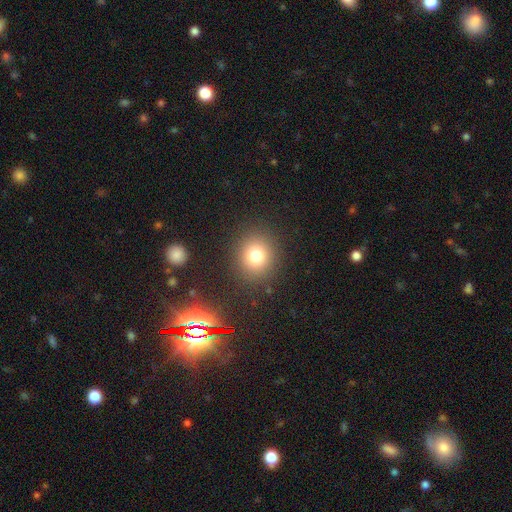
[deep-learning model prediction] Overall: smooth (76%). How rounded: round (85%). Merging: none (88%).